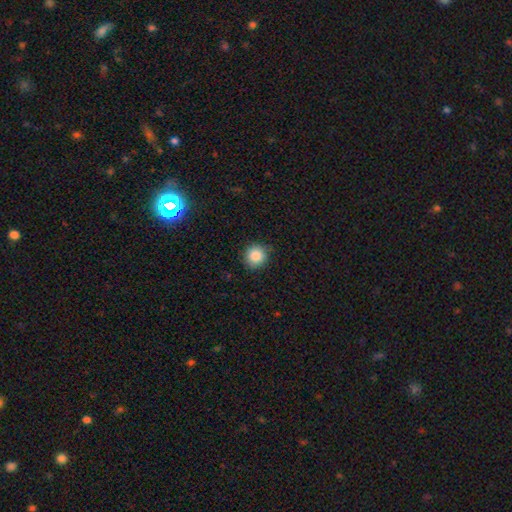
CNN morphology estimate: A smooth galaxy with no disk features (86%) that is round (91%). Merging: none (86%).